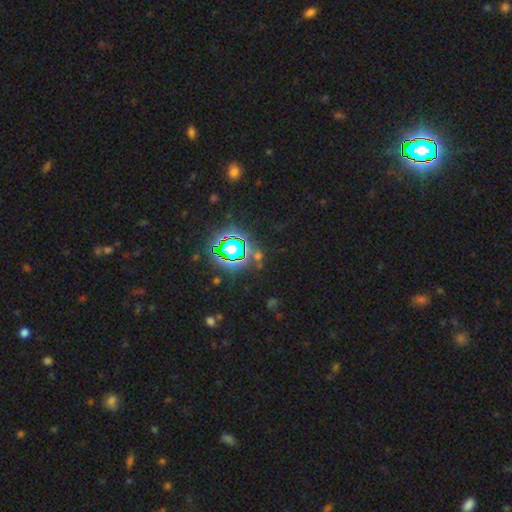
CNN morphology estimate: smooth_or_featured: star or artifact (p=0.74) [alt: smooth p=0.17]